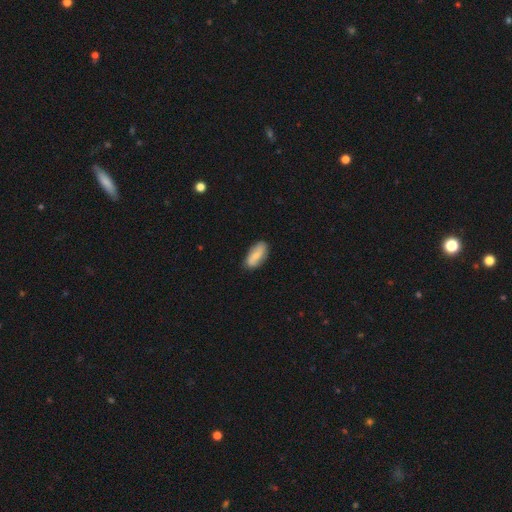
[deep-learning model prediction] Q: Smooth or featured?
A: smooth (66%); runner-up: featured or disk (27%)
Q: How rounded?
A: in between (86%); runner-up: cigar-shaped (11%)
Q: Merging?
A: none (83%); runner-up: minor disturbance (13%)